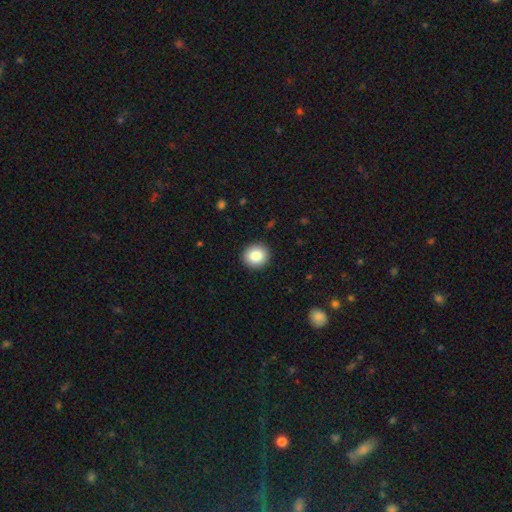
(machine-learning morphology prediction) Smooth or featured?
  - smooth: 85% *
  - star or artifact: 9%
  - featured or disk: 7%
How rounded?
  - round: 90% *
  - in between: 10%
  - cigar-shaped: 1%
Merging?
  - none: 92% *
  - minor disturbance: 5%
  - major disturbance: 2%
  - merger: 1%